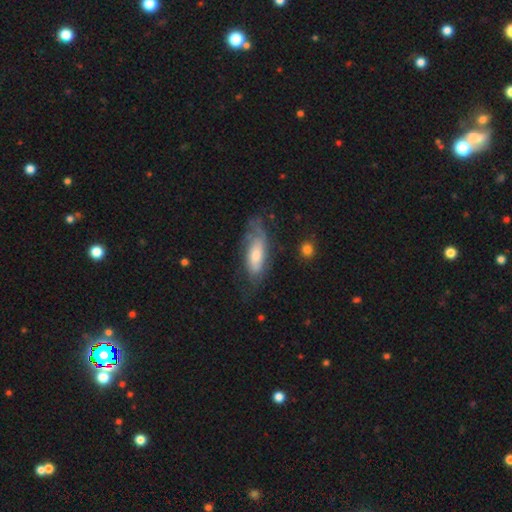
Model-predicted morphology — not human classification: Smooth or featured: featured or disk — 49% (smooth — 44%)
Merging: none — 51% (minor disturbance — 28%)